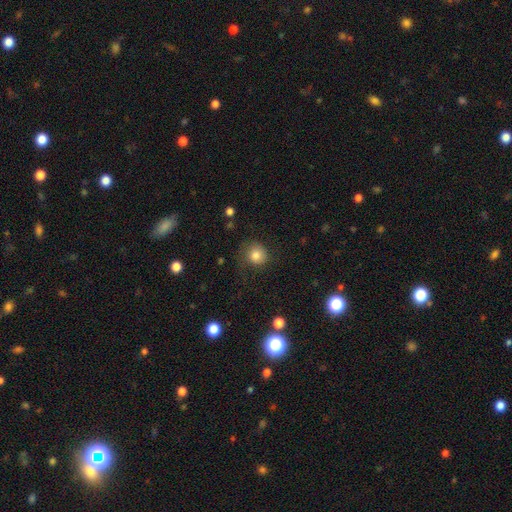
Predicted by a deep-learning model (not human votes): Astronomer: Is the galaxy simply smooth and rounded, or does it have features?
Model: smooth — 81%.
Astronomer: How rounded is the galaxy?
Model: round — 86%.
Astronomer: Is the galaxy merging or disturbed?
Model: none — 67%.